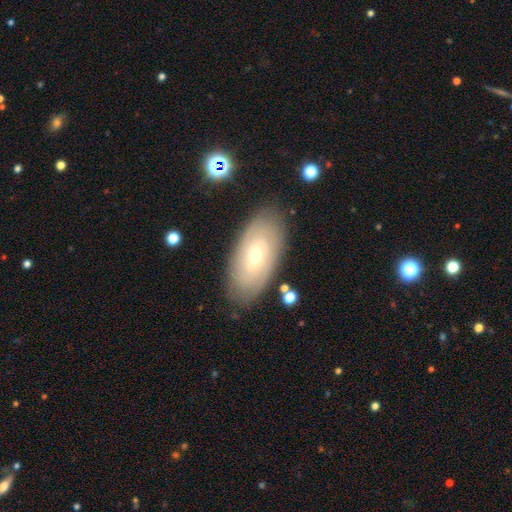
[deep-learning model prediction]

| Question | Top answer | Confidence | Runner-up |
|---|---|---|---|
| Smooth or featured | featured or disk | 61% | smooth (32%) |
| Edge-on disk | no | 90% | yes (10%) |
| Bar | no | 65% | weak (29%) |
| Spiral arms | yes | 69% | no (31%) |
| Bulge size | small | 55% | moderate (42%) |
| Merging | none | 83% | minor disturbance (12%) |